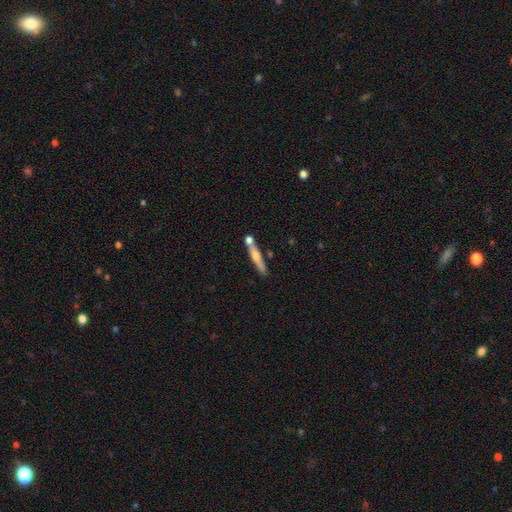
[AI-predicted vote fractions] The model was most divided on "smooth or featured": featured or disk: 48%, smooth: 46%, star or artifact: 6%. More confident: merging — none (65%).